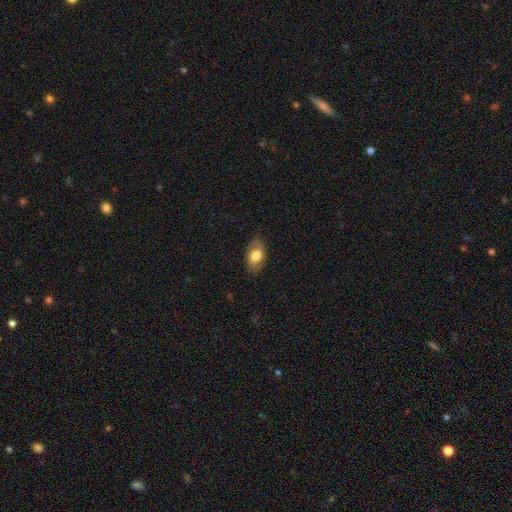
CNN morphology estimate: The model was most divided on "smooth or featured": smooth: 72%, featured or disk: 21%, star or artifact: 7%. More confident: how rounded — in between (91%); merging — none (81%).